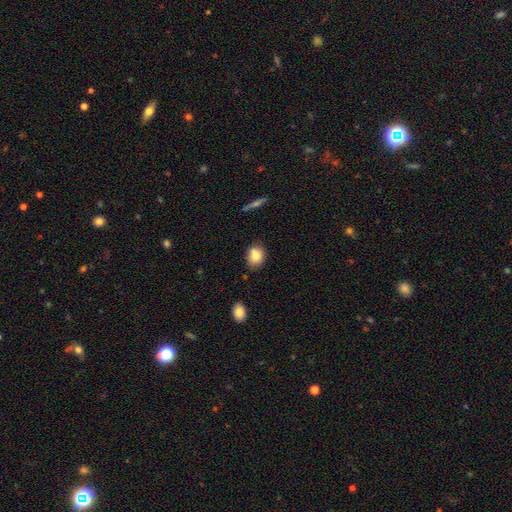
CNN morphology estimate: Smooth or featured? Predicted: smooth (p=0.79). How rounded? Predicted: round (p=0.53). Merging? Predicted: none (p=0.74).